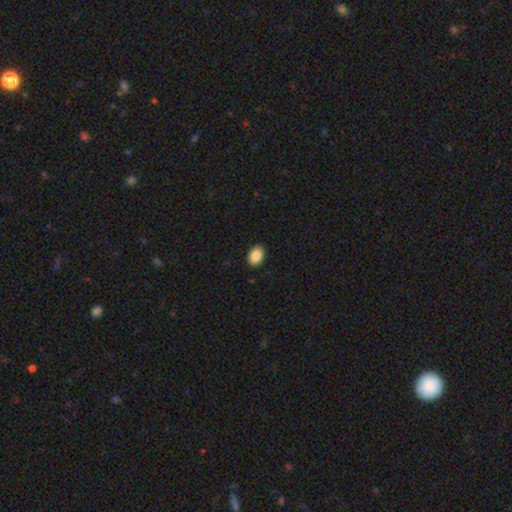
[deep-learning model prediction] Overall: smooth (88%). How rounded: in between (83%). Merging: none (90%).